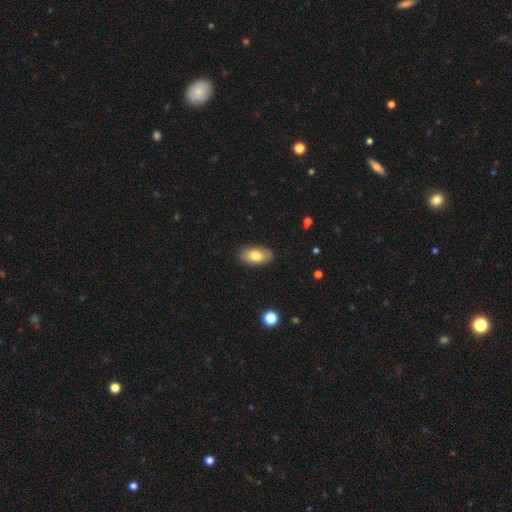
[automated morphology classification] A smooth galaxy with no disk features (76%) that is in between round and cigar-shaped (93%). Merging: none (86%).